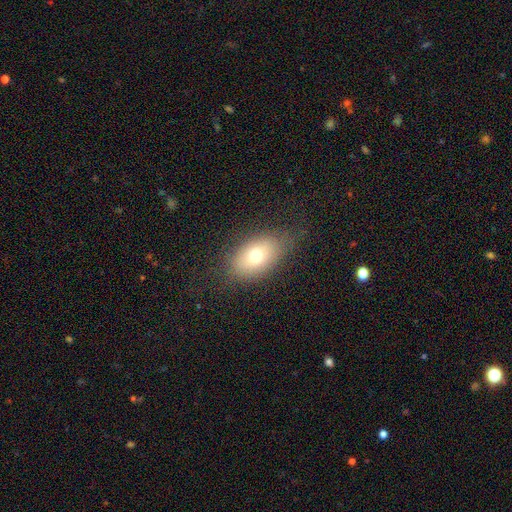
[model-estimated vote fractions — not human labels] smooth-or-featured: smooth: 70% | featured or disk: 19% | star or artifact: 10%
  how-rounded: in between: 87% | round: 11% | cigar-shaped: 2%
  merging: none: 77% | minor disturbance: 17% | major disturbance: 6% | merger: 1%